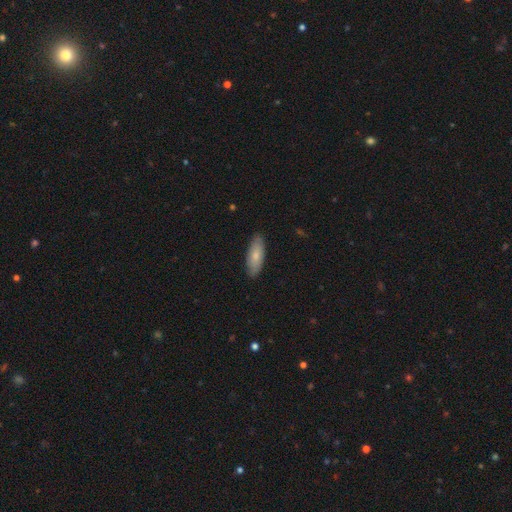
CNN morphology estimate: smooth 78%, featured or disk 17%, star or artifact 5%. Down the decision tree: how rounded — in between (72%); merging — none (87%).